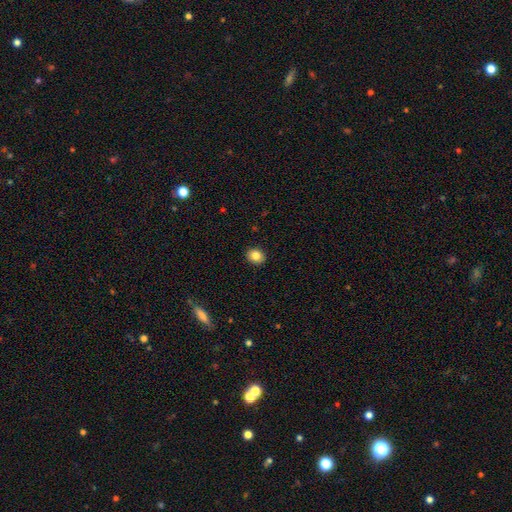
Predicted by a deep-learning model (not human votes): Smooth or featured?
  - smooth: 83% *
  - star or artifact: 9%
  - featured or disk: 7%
How rounded?
  - round: 63% *
  - in between: 36%
  - cigar-shaped: 1%
Merging?
  - none: 91% *
  - minor disturbance: 6%
  - major disturbance: 2%
  - merger: 1%